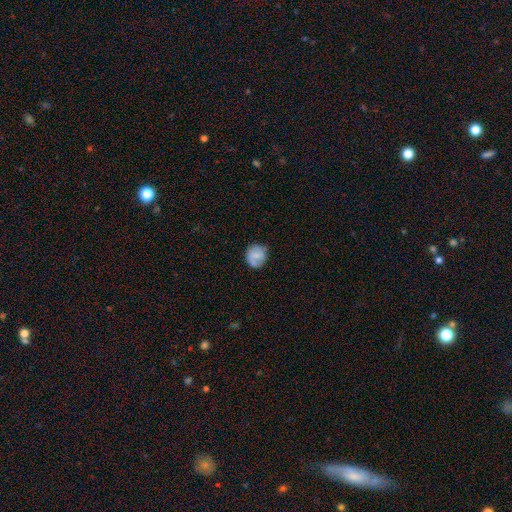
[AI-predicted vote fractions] A smooth galaxy with no disk features (64%) that is round (79%). Merging: none (70%).